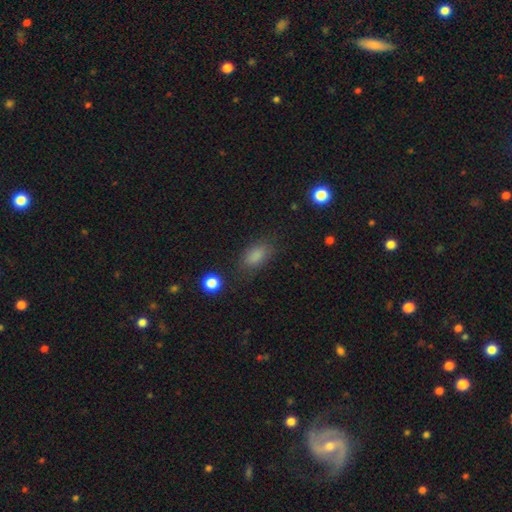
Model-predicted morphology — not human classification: smooth-or-featured: smooth: 83% | star or artifact: 11% | featured or disk: 6%
  how-rounded: in between: 87% | round: 8% | cigar-shaped: 5%
  merging: none: 75% | minor disturbance: 17% | major disturbance: 6% | merger: 2%